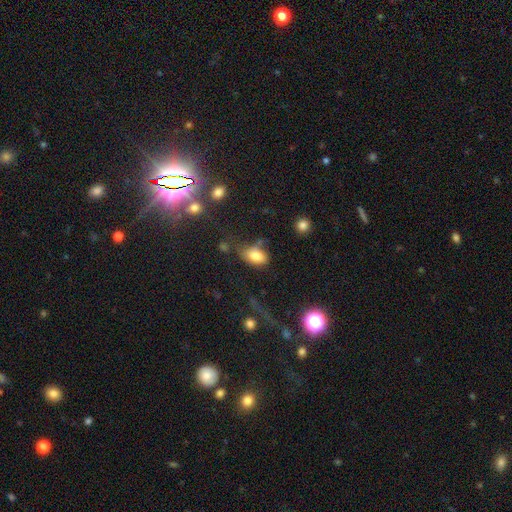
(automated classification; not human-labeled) The model was most divided on "merging": none: 54%, minor disturbance: 24%, major disturbance: 11%, merger: 11%. More confident: how rounded — in between (89%); smooth or featured — smooth (80%).